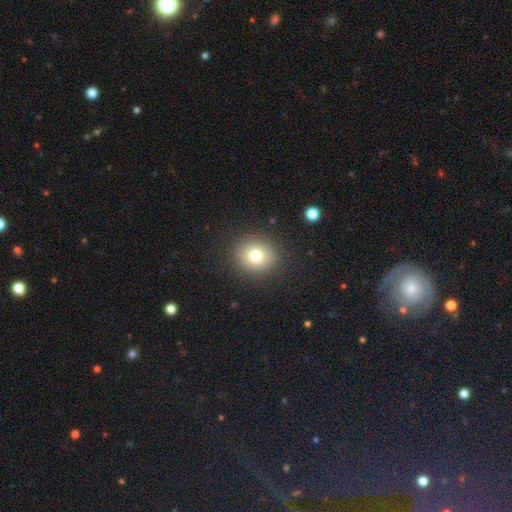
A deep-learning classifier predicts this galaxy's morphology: Smooth or featured: smooth — 77% (star or artifact — 13%)
How rounded: round — 85% (in between — 14%)
Merging: none — 89% (minor disturbance — 7%)